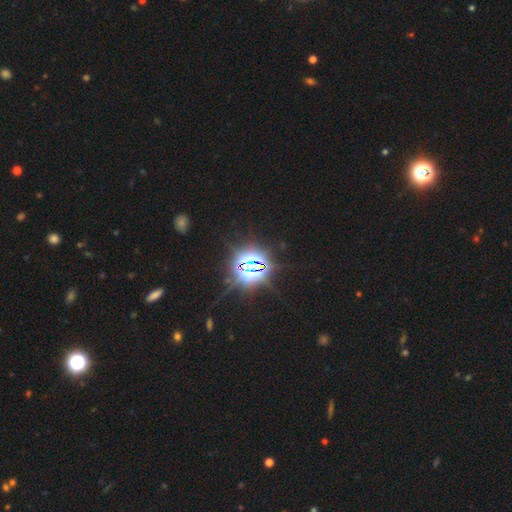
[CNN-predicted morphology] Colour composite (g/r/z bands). It shows a star or artifact, not a galaxy (83%).